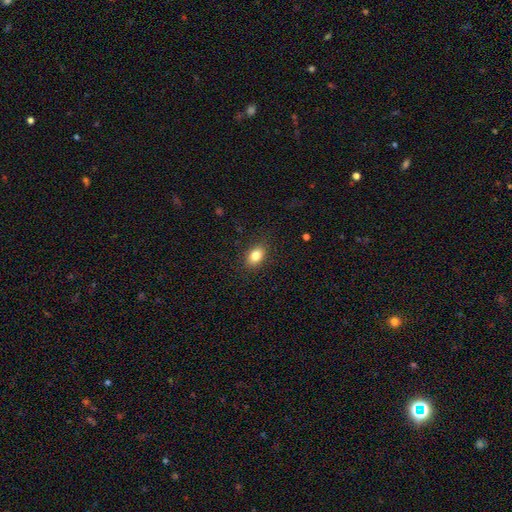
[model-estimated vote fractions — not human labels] Smooth or featured: smooth — 83% (star or artifact — 9%)
How rounded: in between — 80% (round — 19%)
Merging: none — 86% (minor disturbance — 10%)